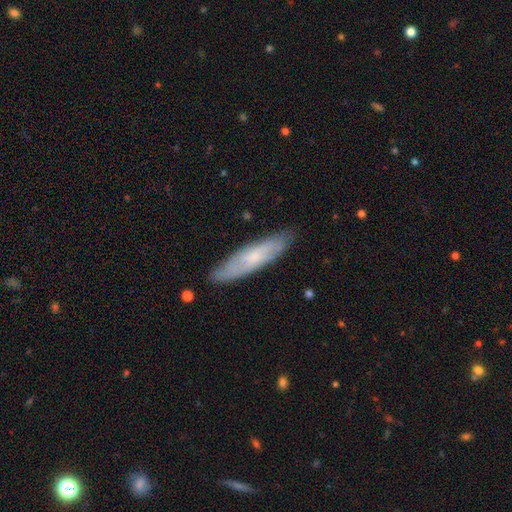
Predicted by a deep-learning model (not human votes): Morphology: type=featured or disk (47%); merging=none (83%).